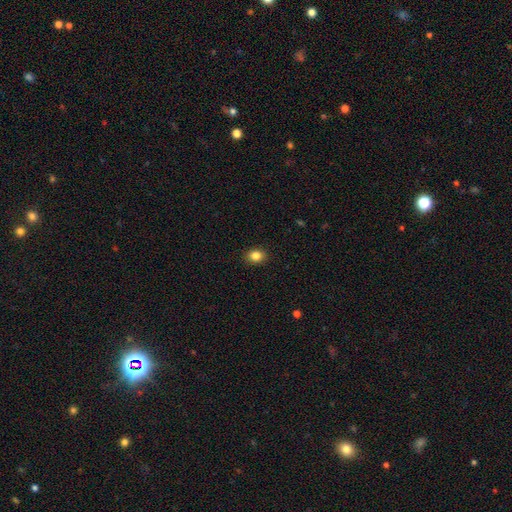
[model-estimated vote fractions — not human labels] A smooth galaxy with no disk features (85%) that is in between round and cigar-shaped (51%). Merging: none (90%).